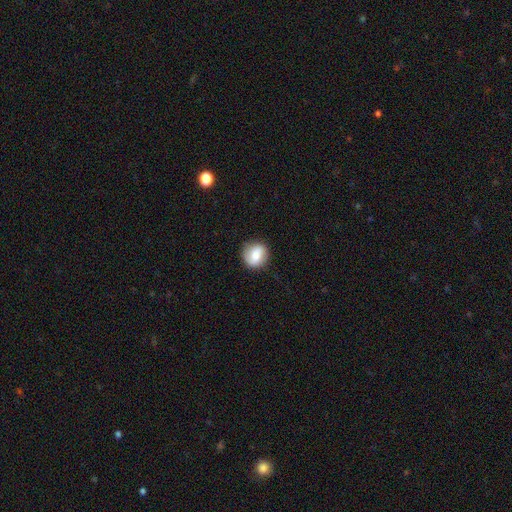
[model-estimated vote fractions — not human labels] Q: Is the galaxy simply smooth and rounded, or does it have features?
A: smooth — 69%.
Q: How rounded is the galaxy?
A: round — 84%.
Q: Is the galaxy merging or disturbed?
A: none — 85%.